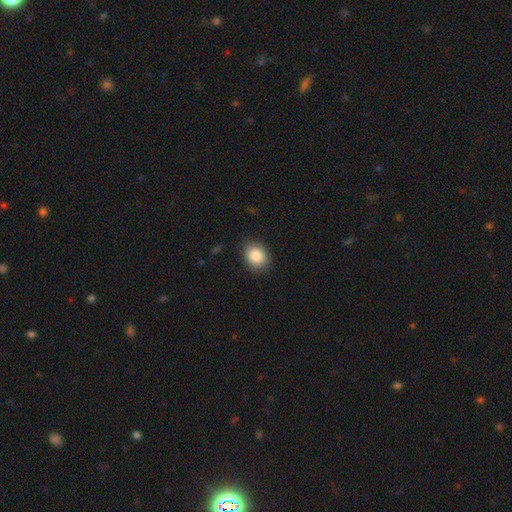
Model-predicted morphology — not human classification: smooth-or-featured: smooth: 87% | star or artifact: 8% | featured or disk: 5%
  how-rounded: round: 50% | in between: 49% | cigar-shaped: 1%
  merging: none: 86% | minor disturbance: 10% | major disturbance: 3% | merger: 1%